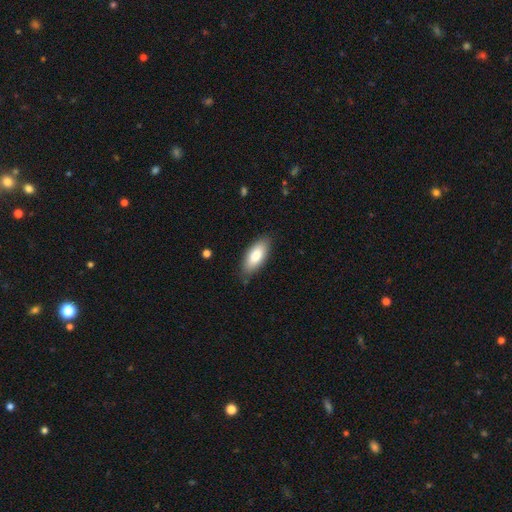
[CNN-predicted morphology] This is clearly a smooth galaxy (81%). How rounded: clearly in between (84%). Merging: clearly none (84%).